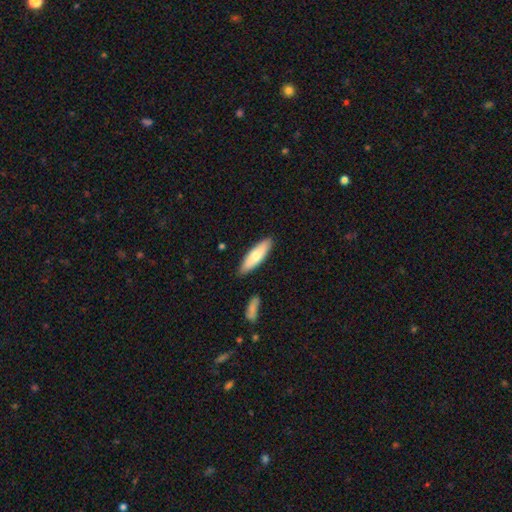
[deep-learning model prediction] A smooth galaxy with no disk features (73%) that is cigar-shaped (58%). Merging: none (86%).